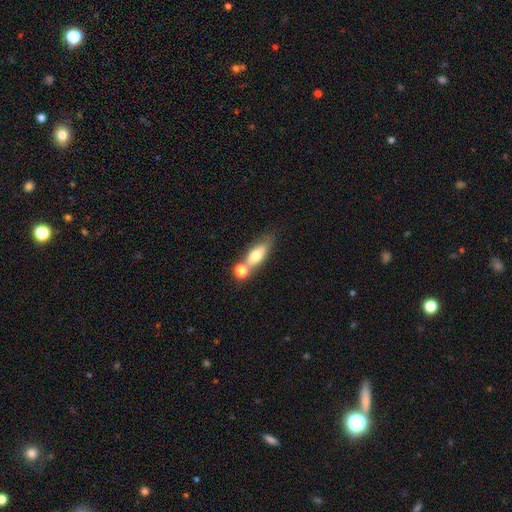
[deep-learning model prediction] This is likely a smooth galaxy (65%). How rounded: likely in between (63%). Merging: marginally none (42%).